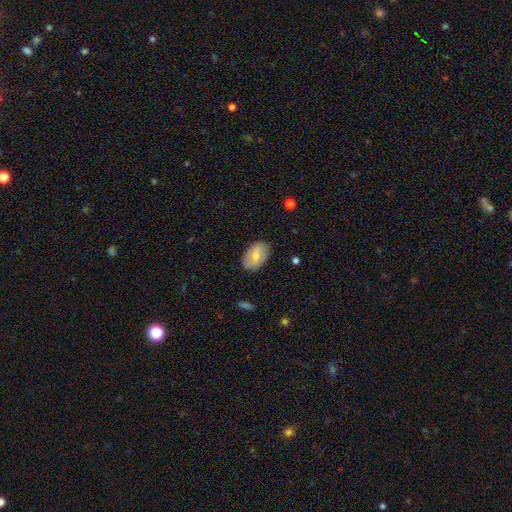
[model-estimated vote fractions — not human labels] A smooth galaxy with no disk features (63%) that is in between round and cigar-shaped (90%). Merging: none (82%).